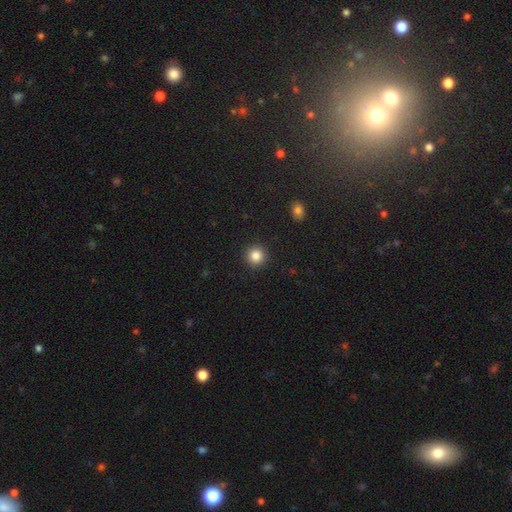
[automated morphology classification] A smooth galaxy with no disk features (84%) that is round (95%). Merging: none (93%).